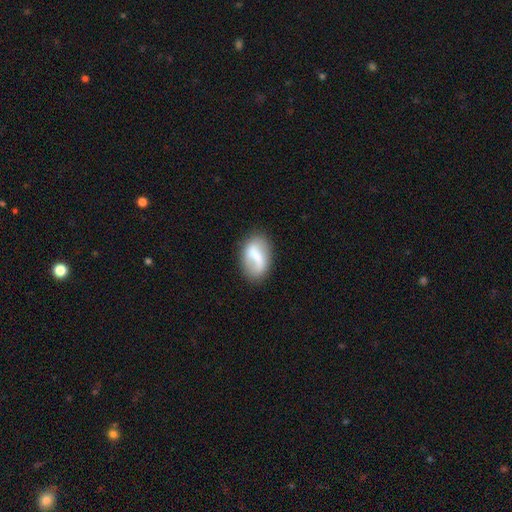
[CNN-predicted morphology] Smooth or featured: smooth — 54% (featured or disk — 38%)
How rounded: in between — 85% (round — 12%)
Merging: none — 68% (minor disturbance — 20%)